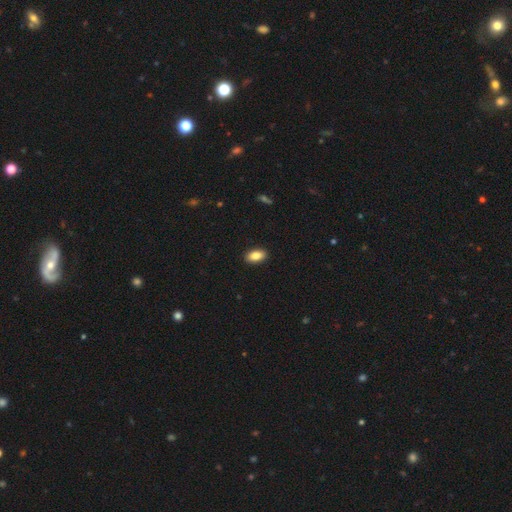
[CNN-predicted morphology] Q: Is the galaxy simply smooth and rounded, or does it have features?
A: smooth — 86%.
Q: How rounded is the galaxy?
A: in between — 91%.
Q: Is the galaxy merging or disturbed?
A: none — 91%.